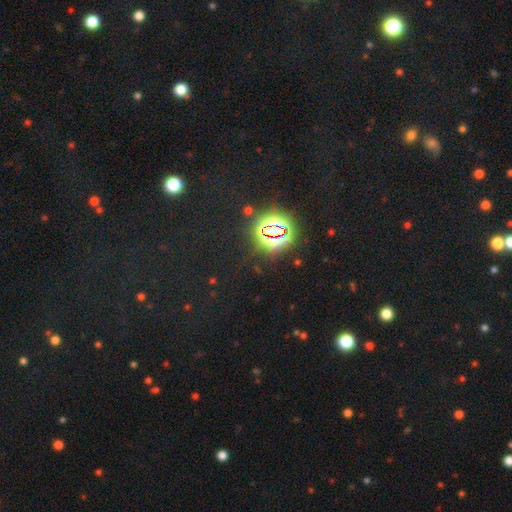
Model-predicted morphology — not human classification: Smooth or featured?
  - star or artifact: 77% *
  - smooth: 16%
  - featured or disk: 8%